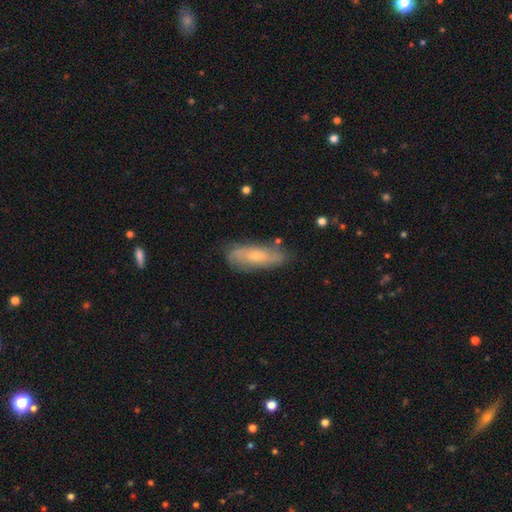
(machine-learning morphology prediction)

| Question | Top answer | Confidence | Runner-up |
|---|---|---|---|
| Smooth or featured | featured or disk | 47% | smooth (46%) |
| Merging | none | 71% | minor disturbance (21%) |